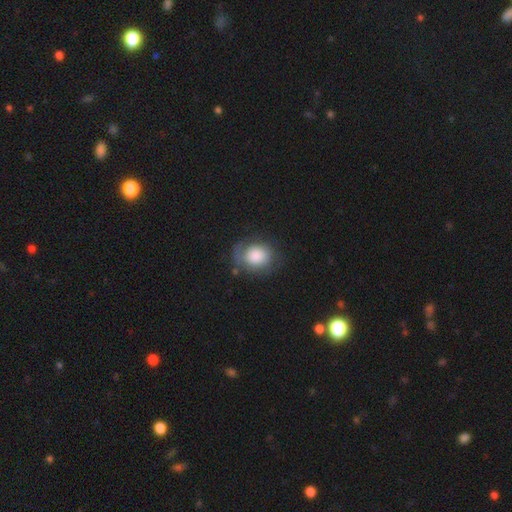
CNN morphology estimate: Smooth or featured: smooth — 69% (featured or disk — 22%)
How rounded: round — 72% (in between — 27%)
Merging: none — 59% (minor disturbance — 24%)